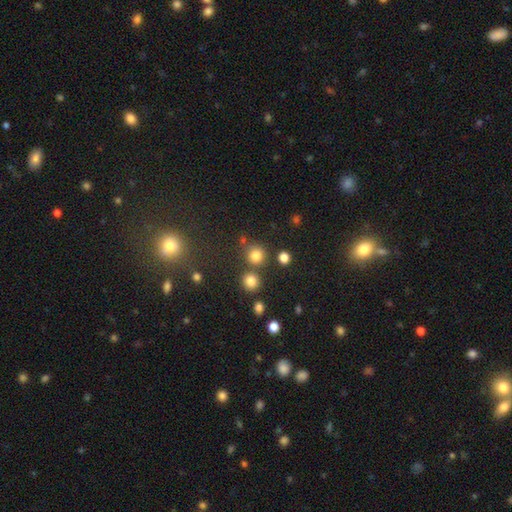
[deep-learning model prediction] smooth 79%, star or artifact 15%, featured or disk 6%. Down the decision tree: how rounded — round (90%); merging — none (73%).